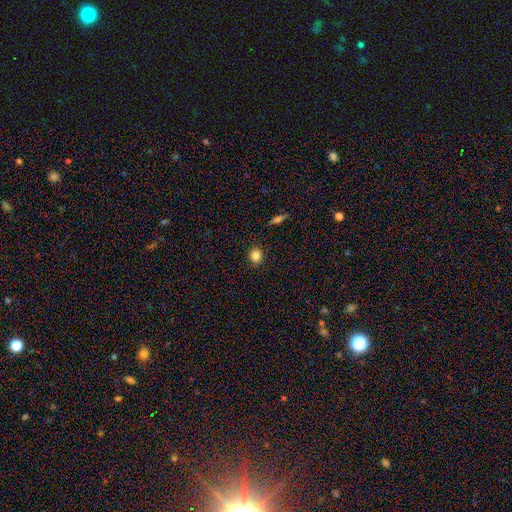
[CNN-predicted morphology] smooth-or-featured: smooth: 83% | star or artifact: 11% | featured or disk: 6%
  how-rounded: round: 82% | in between: 17% | cigar-shaped: 1%
  merging: none: 90% | minor disturbance: 7% | major disturbance: 2% | merger: 1%